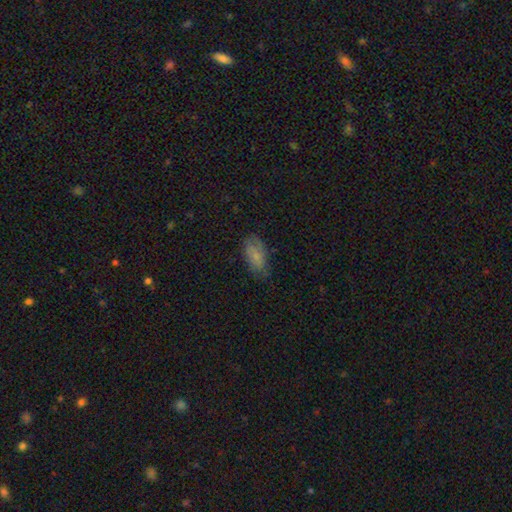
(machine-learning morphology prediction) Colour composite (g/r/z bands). It shows a smooth galaxy with no disk features (73%) that is in between round and cigar-shaped (92%). Merging: none (67%).